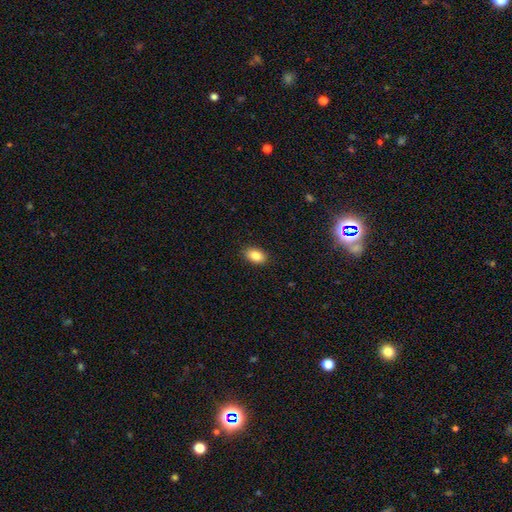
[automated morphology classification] Q: Smooth or featured?
A: smooth (86%); runner-up: star or artifact (8%)
Q: How rounded?
A: in between (87%); runner-up: round (11%)
Q: Merging?
A: none (89%); runner-up: minor disturbance (8%)